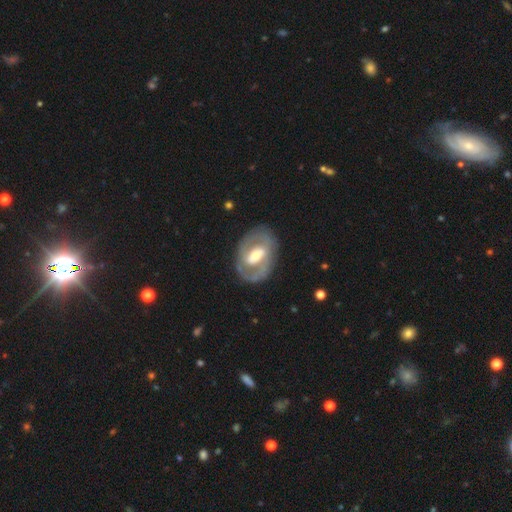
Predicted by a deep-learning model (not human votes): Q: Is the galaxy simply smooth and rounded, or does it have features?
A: featured or disk — 73%.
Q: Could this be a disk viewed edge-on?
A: no — 95%.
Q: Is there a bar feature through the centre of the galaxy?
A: weak — 39%.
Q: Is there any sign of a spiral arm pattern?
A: yes — 57%.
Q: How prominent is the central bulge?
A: moderate — 62%.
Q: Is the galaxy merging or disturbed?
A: none — 78%.